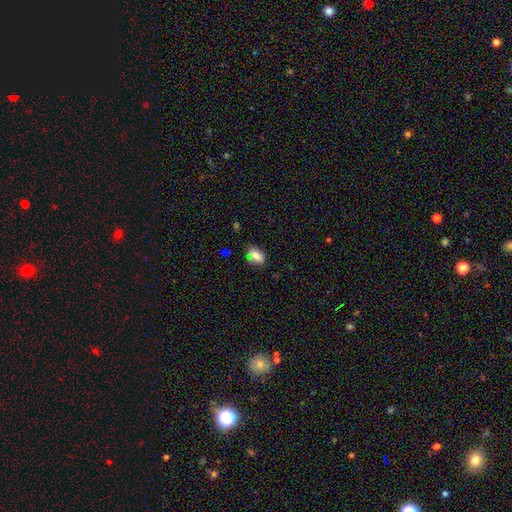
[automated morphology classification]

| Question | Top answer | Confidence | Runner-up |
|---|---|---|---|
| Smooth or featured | smooth | 72% | featured or disk (18%) |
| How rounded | in between | 80% | round (17%) |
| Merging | none | 62% | minor disturbance (22%) |